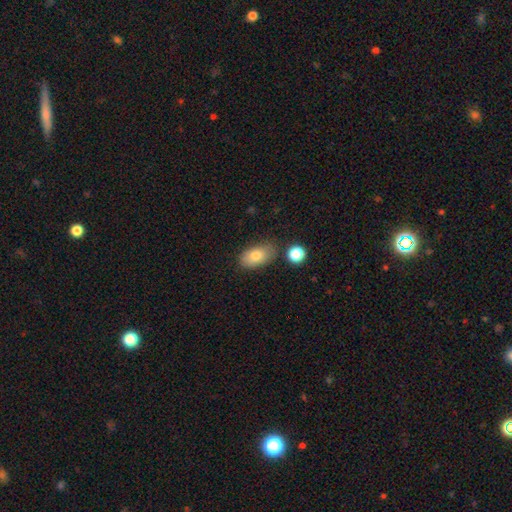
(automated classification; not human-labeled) A smooth galaxy with no disk features (79%) that is in between round and cigar-shaped (90%). Merging: none (76%).